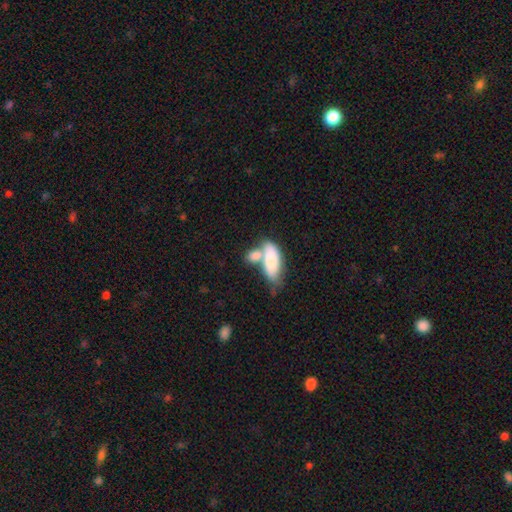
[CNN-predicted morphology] This appears to be a smooth galaxy with no disk features (79%) that is in between round and cigar-shaped (82%). Merging: merger (54%).